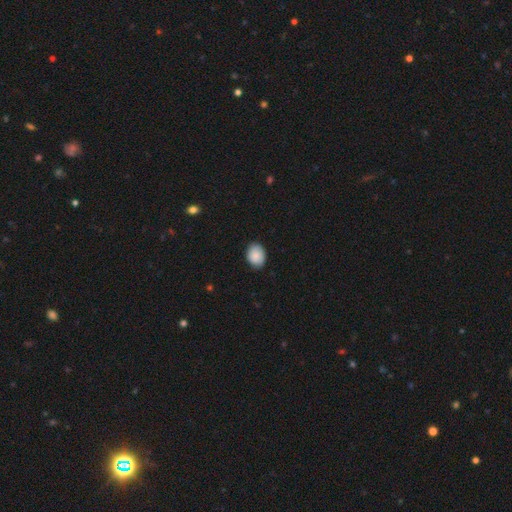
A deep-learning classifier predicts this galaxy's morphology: Q: Smooth or featured?
A: smooth (87%); runner-up: star or artifact (7%)
Q: How rounded?
A: in between (64%); runner-up: round (36%)
Q: Merging?
A: none (83%); runner-up: minor disturbance (14%)